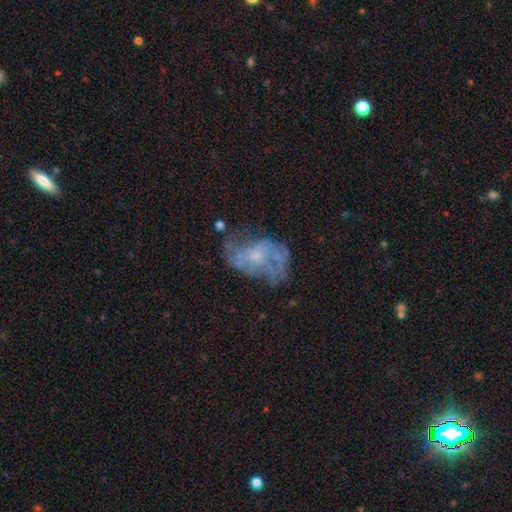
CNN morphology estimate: Overall: featured or disk (68%). Edge-on disk: no (97%). Bar: no (78%). Spiral arms: yes (51%; no 49%). Bulge size: small (53%; moderate 30%). Merging: none (43%; major disturbance 27%).